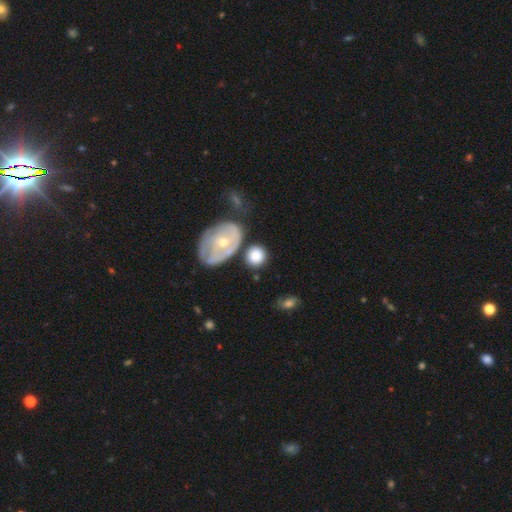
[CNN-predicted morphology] The model was most divided on "merging": none: 60%, minor disturbance: 17%, merger: 15%, major disturbance: 8%. More confident: smooth or featured — smooth (76%); how rounded — round (74%).